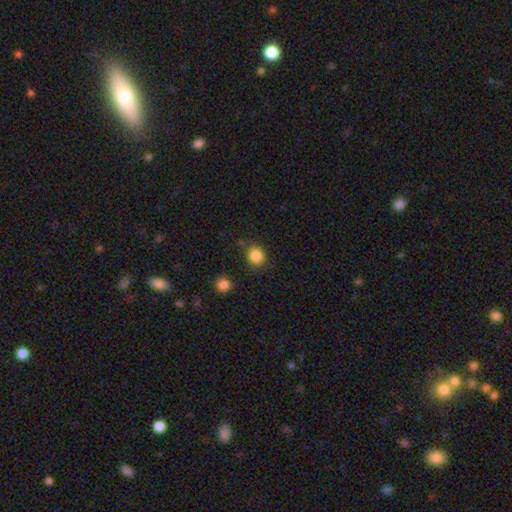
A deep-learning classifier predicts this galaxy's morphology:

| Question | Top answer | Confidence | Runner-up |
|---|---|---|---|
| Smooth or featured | smooth | 85% | star or artifact (10%) |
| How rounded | round | 81% | in between (18%) |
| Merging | none | 78% | minor disturbance (14%) |